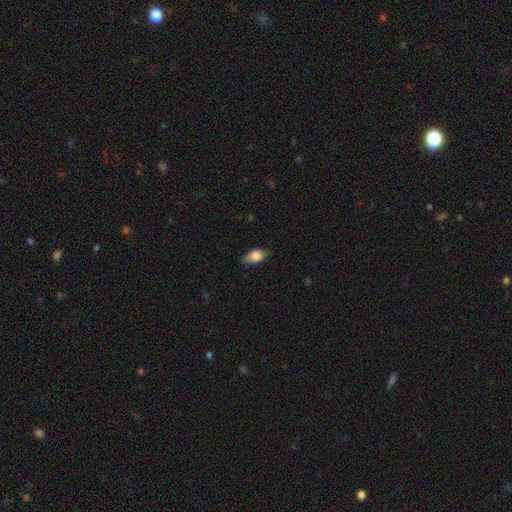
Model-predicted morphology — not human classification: smooth-or-featured: smooth: 81% | featured or disk: 12% | star or artifact: 7%
  how-rounded: in between: 87% | cigar-shaped: 8% | round: 5%
  merging: none: 74% | minor disturbance: 21% | major disturbance: 4% | merger: 1%